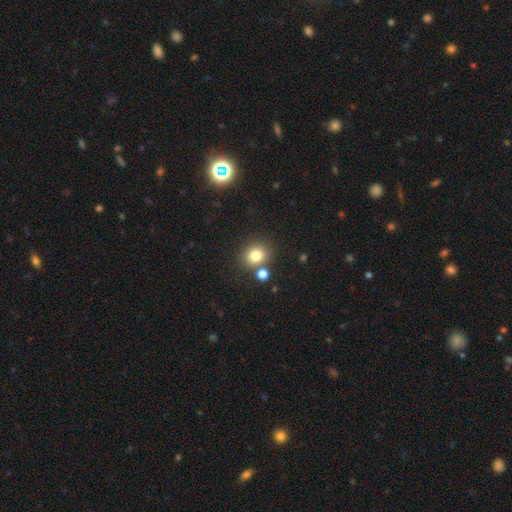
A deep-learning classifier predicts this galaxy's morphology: A smooth galaxy with no disk features (79%) that is round (75%).

Vote fractions:
- Smooth or featured? smooth: 79% / star or artifact: 13% / featured or disk: 8%
- How rounded? round: 75% / in between: 24% / cigar-shaped: 1%
- Merging? none: 74% / merger: 14% / minor disturbance: 9% / major disturbance: 3%